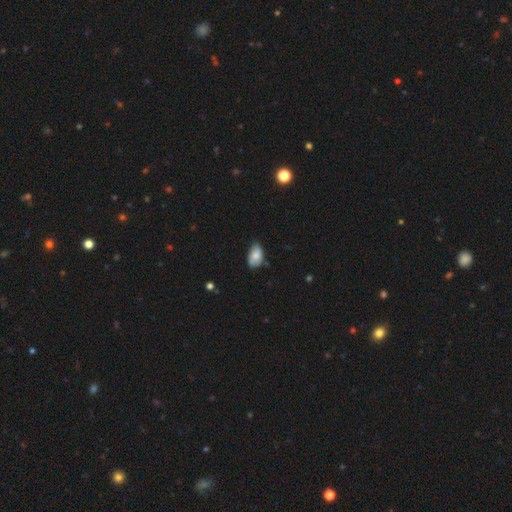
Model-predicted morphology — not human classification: Smooth or featured?
  - smooth: 77% *
  - featured or disk: 16%
  - star or artifact: 7%
How rounded?
  - in between: 92% *
  - round: 6%
  - cigar-shaped: 2%
Merging?
  - none: 61% *
  - minor disturbance: 32%
  - major disturbance: 5%
  - merger: 2%